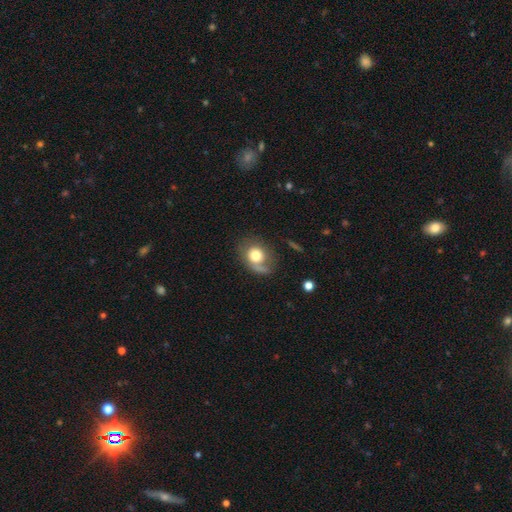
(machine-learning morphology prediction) smooth_or_featured: smooth (p=0.68) [alt: featured or disk p=0.23]
how_rounded: round (p=0.55) [alt: in between p=0.43]
merging: none (p=0.51) [alt: minor disturbance p=0.25]